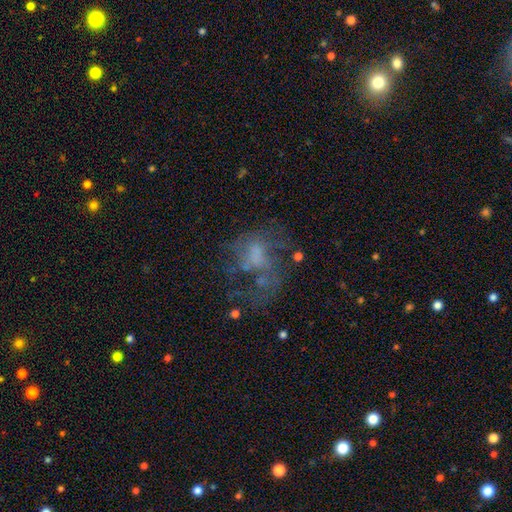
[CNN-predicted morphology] Smooth or featured: featured or disk — 54% (smooth — 29%)
Edge-on disk: no — 98% (yes — 2%)
Bar: no — 76% (weak — 20%)
Spiral arms: no — 71% (yes — 29%)
Bulge size: none — 53% (moderate — 21%)
Merging: major disturbance — 44% (none — 33%)